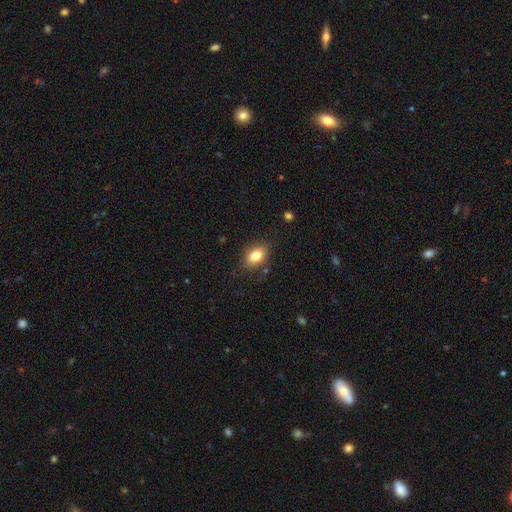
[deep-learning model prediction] A smooth galaxy with no disk features (81%) that is in between round and cigar-shaped (82%).

Vote fractions:
- Smooth or featured? smooth: 81% / featured or disk: 10% / star or artifact: 9%
- How rounded? in between: 82% / round: 16% / cigar-shaped: 2%
- Merging? none: 81% / minor disturbance: 13% / major disturbance: 3% / merger: 2%